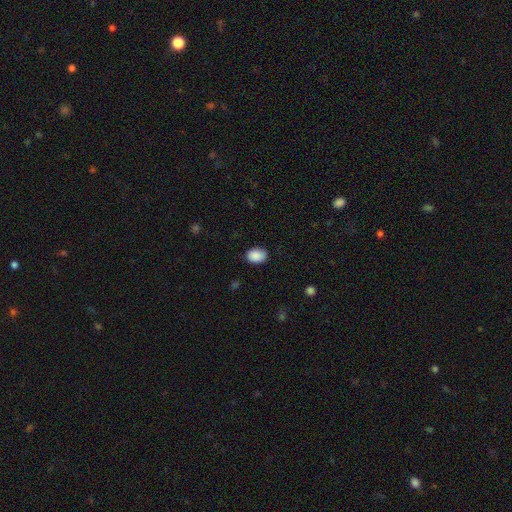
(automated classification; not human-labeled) Smooth or featured? smooth (90%)
How rounded? in between (75%)
Merging? none (85%)